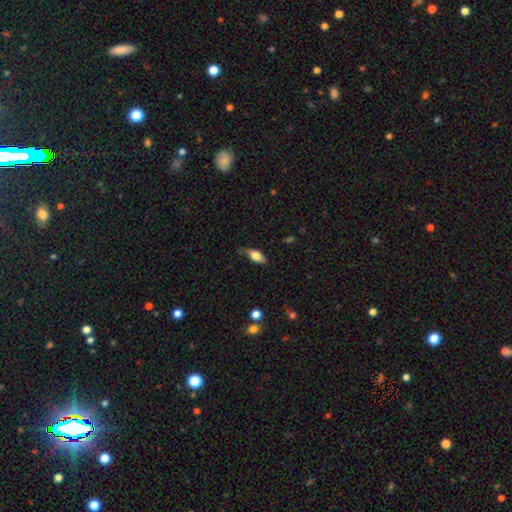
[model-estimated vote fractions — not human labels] The model was most divided on "merging": none: 60%, minor disturbance: 30%, major disturbance: 8%, merger: 2%. More confident: how rounded — in between (82%); smooth or featured — smooth (69%).